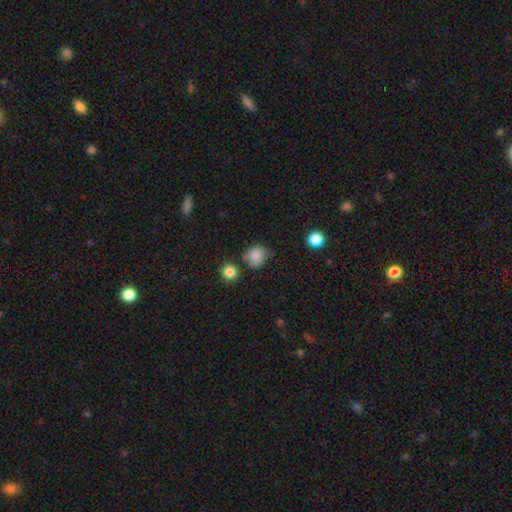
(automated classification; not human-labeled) Smooth or featured? smooth (80%)
How rounded? round (70%)
Merging? none (52%)